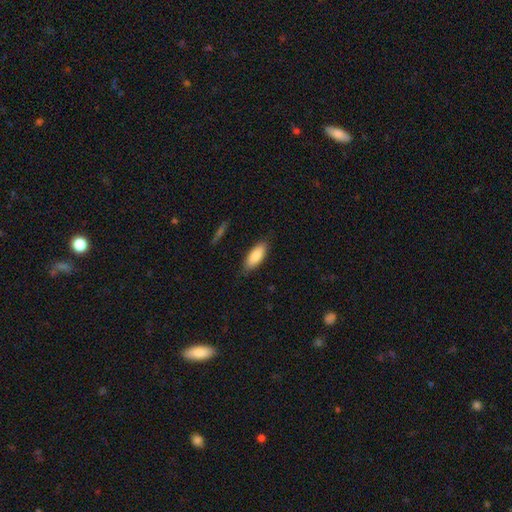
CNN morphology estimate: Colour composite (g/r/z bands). It shows a smooth galaxy with no disk features (87%) that is in between round and cigar-shaped (77%). Merging: none (83%).